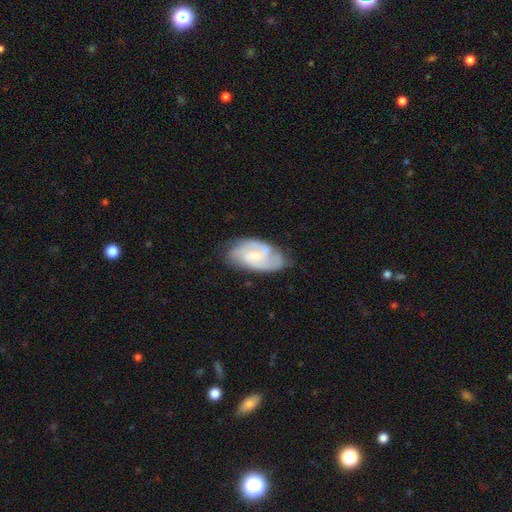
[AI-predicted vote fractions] smooth-or-featured: featured or disk: 71% | smooth: 24% | star or artifact: 6%
  disk-edge-on: no: 96% | yes: 4%
    bar: no: 48% | weak: 44% | strong: 8%
    has-spiral-arms: yes: 92% | no: 8%
      spiral-winding: tight: 44% | medium: 43% | loose: 13%
      spiral-arm-count: 2: 42% | can't tell: 25% | 3: 22% | 4: 5% | 1: 4% | more than 4: 3%
    bulge-size: small: 61% | moderate: 26% | none: 10% | large: 2% | dominant: 1%
  merging: none: 67% | minor disturbance: 24% | major disturbance: 7% | merger: 2%